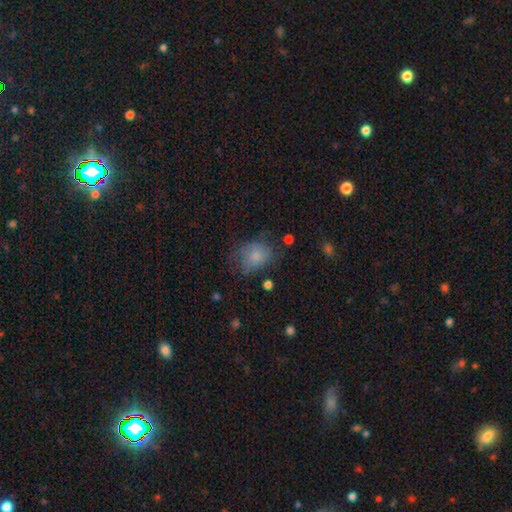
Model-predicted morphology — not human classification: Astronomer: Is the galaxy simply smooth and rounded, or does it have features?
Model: smooth — 77%.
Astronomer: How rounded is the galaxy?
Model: in between — 55% (runner-up: round, 44%).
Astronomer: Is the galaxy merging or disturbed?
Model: none — 54%.